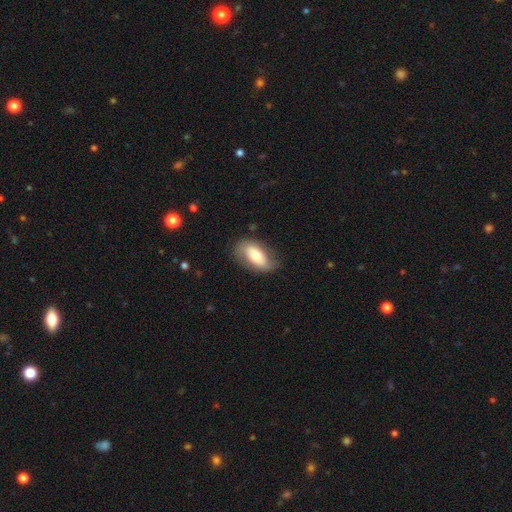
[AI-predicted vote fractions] smooth-or-featured: smooth: 59% | featured or disk: 35% | star or artifact: 6%
  how-rounded: in between: 91% | round: 5% | cigar-shaped: 4%
  merging: none: 72% | minor disturbance: 20% | major disturbance: 6% | merger: 1%